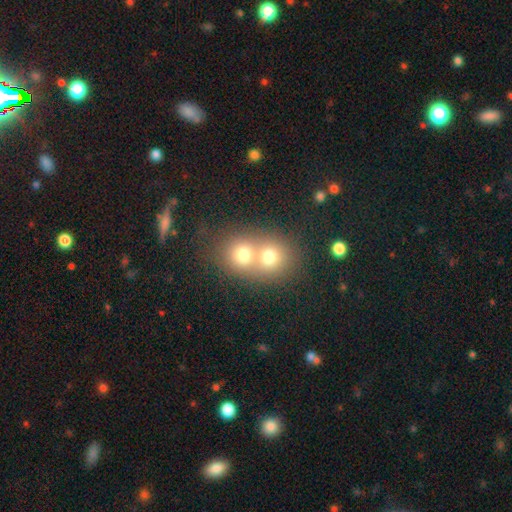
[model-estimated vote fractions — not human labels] Smooth or featured? smooth (66%)
How rounded? round (76%)
Merging? merger (68%)